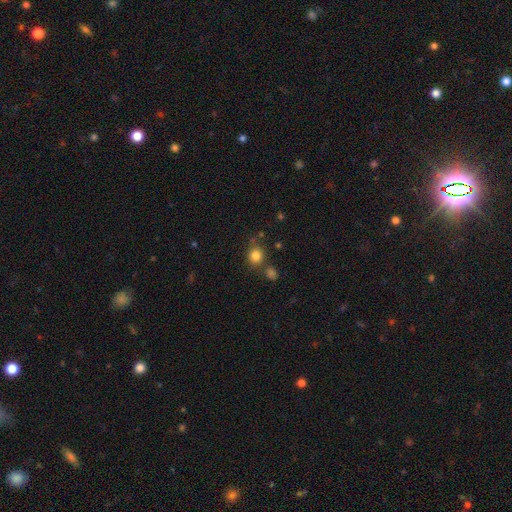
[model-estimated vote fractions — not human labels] A smooth galaxy with no disk features (82%) that is round (79%). Merging: none (70%).